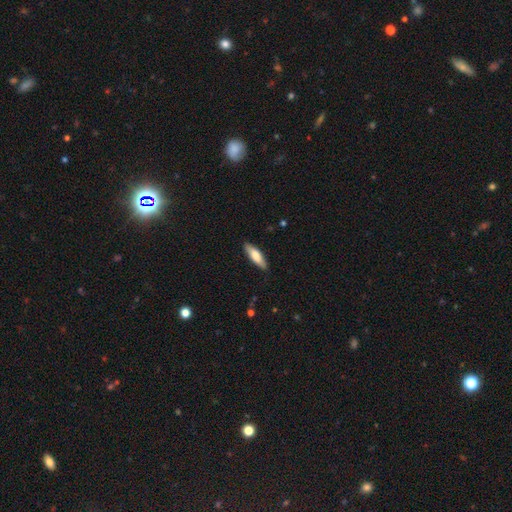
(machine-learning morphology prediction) Smooth or featured: smooth — 73% (featured or disk — 21%)
How rounded: cigar-shaped — 53% (in between — 45%)
Merging: none — 87% (minor disturbance — 10%)